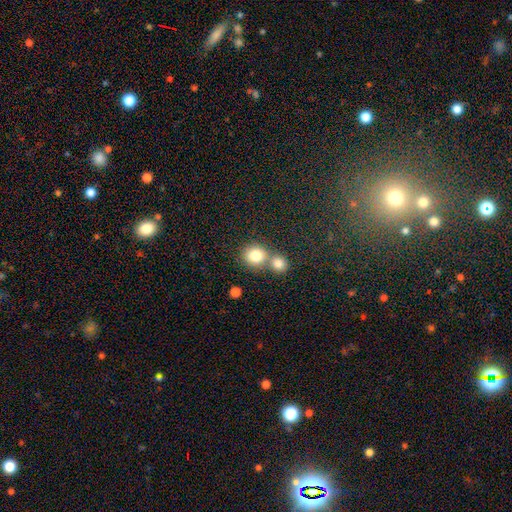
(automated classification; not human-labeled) This is clearly a smooth galaxy (81%). How rounded: clearly round (87%). Merging: possibly none (48%).